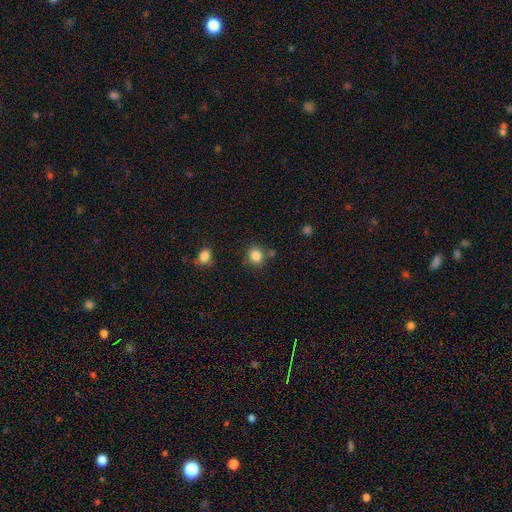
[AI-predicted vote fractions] Smooth or featured?
  - smooth: 85% *
  - star or artifact: 10%
  - featured or disk: 5%
How rounded?
  - round: 73% *
  - in between: 26%
  - cigar-shaped: 1%
Merging?
  - none: 77% *
  - minor disturbance: 12%
  - merger: 7%
  - major disturbance: 4%